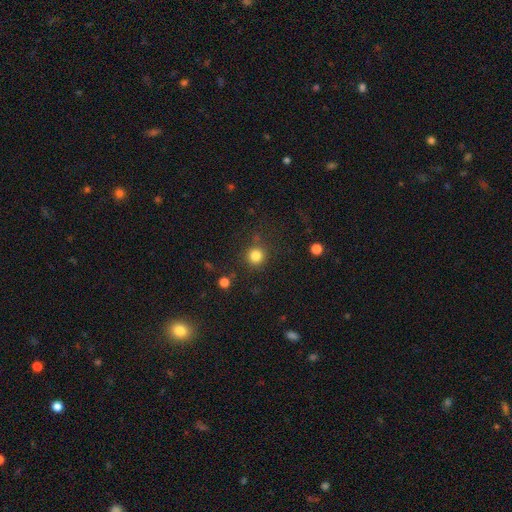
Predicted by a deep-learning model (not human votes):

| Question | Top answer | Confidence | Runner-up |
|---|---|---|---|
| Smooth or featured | smooth | 83% | star or artifact (12%) |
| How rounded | round | 93% | in between (6%) |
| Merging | none | 84% | minor disturbance (9%) |